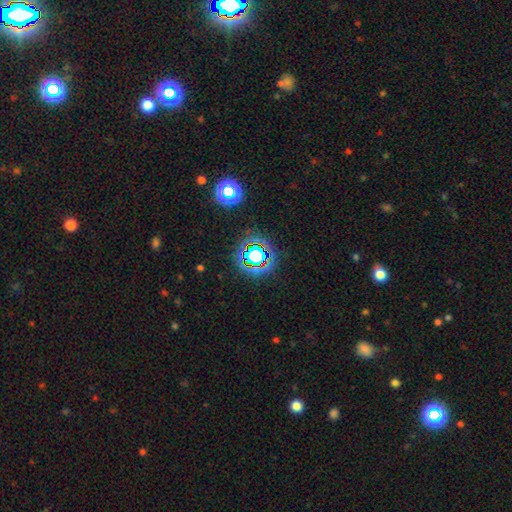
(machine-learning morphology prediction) The model was most divided on "smooth or featured": star or artifact: 77%, smooth: 15%, featured or disk: 8%.